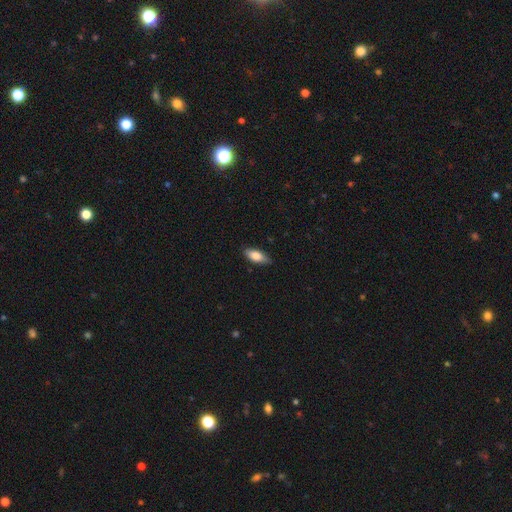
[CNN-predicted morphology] A smooth galaxy with no disk features (79%) that is in between round and cigar-shaped (80%). Merging: none (84%).